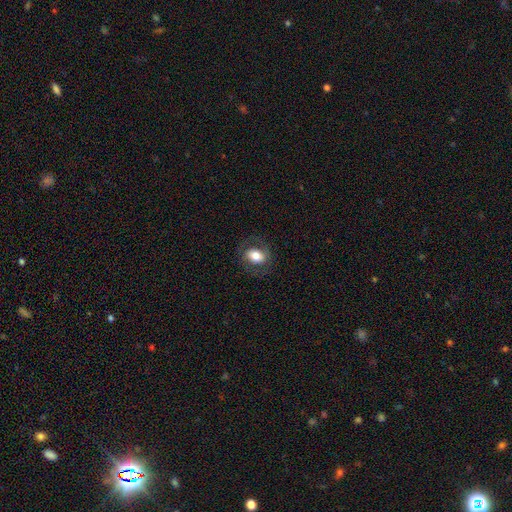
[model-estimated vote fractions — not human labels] This is likely a smooth galaxy (64%). How rounded: likely in between (64%). Merging: likely none (78%).